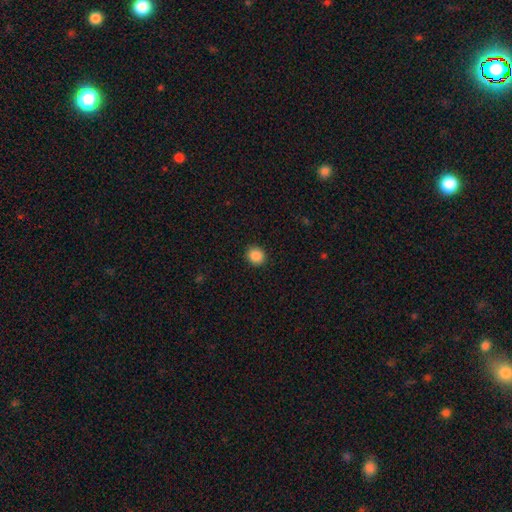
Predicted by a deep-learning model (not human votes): smooth 88%, star or artifact 9%, featured or disk 3%. Down the decision tree: how rounded — round (80%); merging — none (91%).